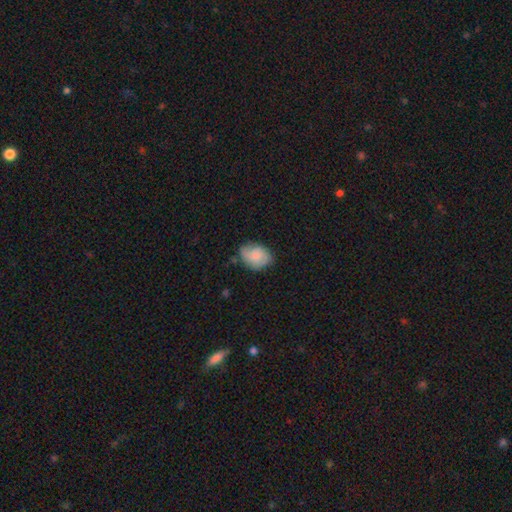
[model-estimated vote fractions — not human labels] Smooth or featured: smooth — 65% (featured or disk — 28%)
How rounded: in between — 68% (round — 31%)
Merging: none — 65% (minor disturbance — 26%)